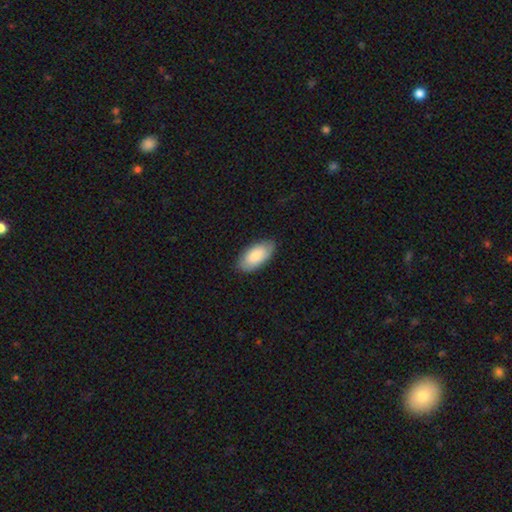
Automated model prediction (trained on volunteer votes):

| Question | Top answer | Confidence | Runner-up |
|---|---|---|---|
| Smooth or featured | smooth | 80% | featured or disk (14%) |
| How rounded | in between | 94% | cigar-shaped (4%) |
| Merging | none | 82% | minor disturbance (14%) |